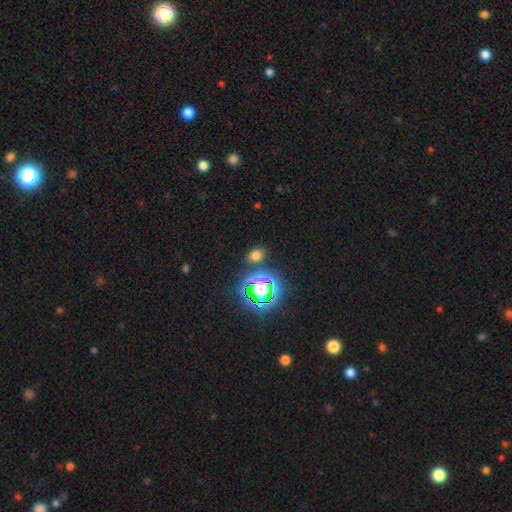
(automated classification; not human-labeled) The model was most divided on "how rounded": in between: 50%, round: 48%, cigar-shaped: 2%. More confident: merging — none (82%); smooth or featured — smooth (61%).